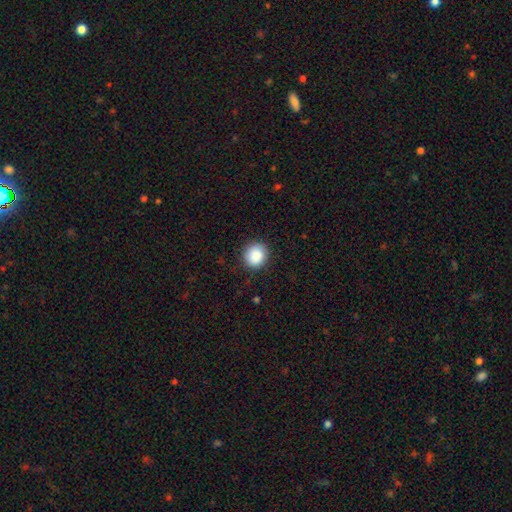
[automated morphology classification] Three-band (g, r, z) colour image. It shows a smooth galaxy with no disk features (88%) that is round (90%). Merging: none (89%).